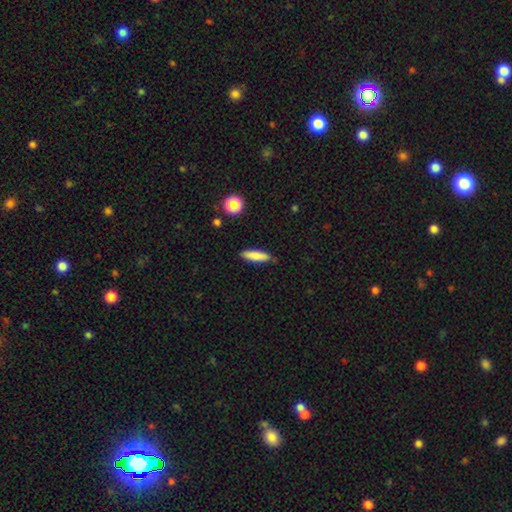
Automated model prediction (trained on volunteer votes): Smooth or featured? smooth (83%)
How rounded? cigar-shaped (66%)
Merging? none (85%)